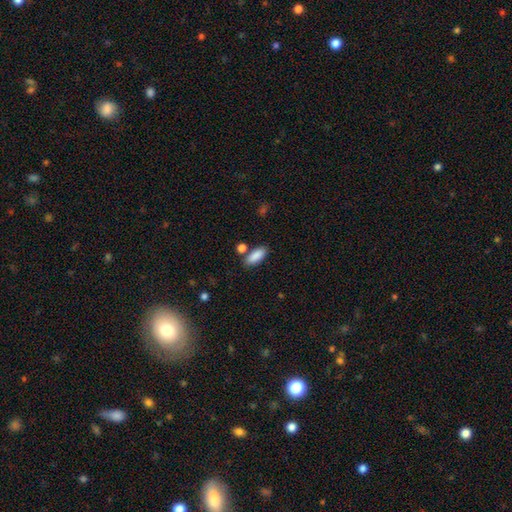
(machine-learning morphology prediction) This is clearly a smooth galaxy (89%). How rounded: likely in between (79%). Merging: likely none (76%).